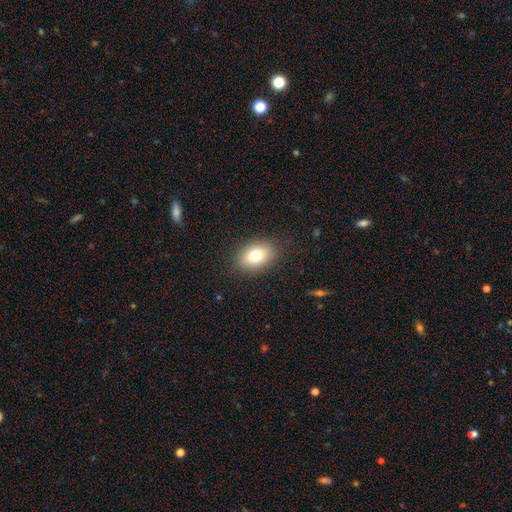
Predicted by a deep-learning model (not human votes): Overall: smooth (77%). How rounded: in between (79%). Merging: none (86%).